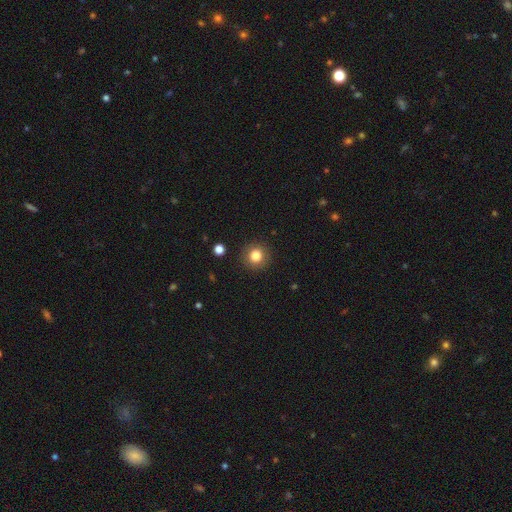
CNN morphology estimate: Smooth or featured?
  - smooth: 82% *
  - star or artifact: 11%
  - featured or disk: 6%
How rounded?
  - round: 92% *
  - in between: 7%
  - cigar-shaped: 1%
Merging?
  - none: 90% *
  - minor disturbance: 6%
  - major disturbance: 2%
  - merger: 1%